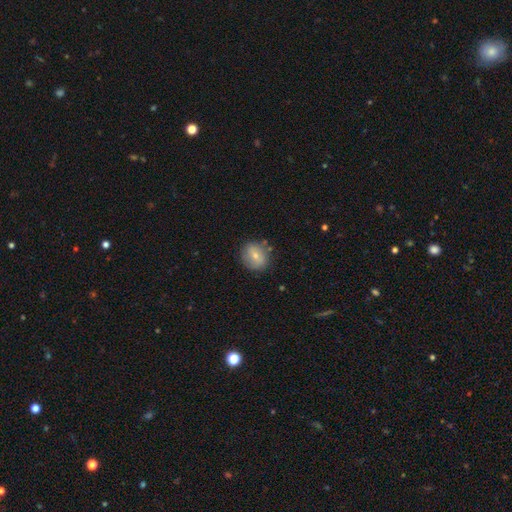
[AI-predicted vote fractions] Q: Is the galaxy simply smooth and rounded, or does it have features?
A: smooth — 62%.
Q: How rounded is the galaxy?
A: round — 79%.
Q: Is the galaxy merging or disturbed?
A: none — 78%.